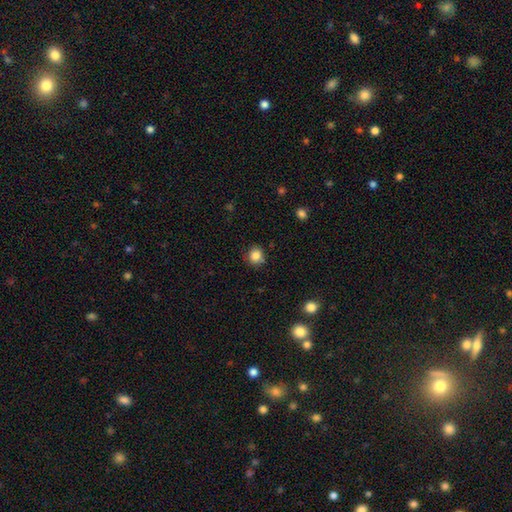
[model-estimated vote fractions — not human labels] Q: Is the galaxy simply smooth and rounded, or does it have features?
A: smooth — 84%.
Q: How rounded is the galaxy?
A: round — 85%.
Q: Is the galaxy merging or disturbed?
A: none — 84%.